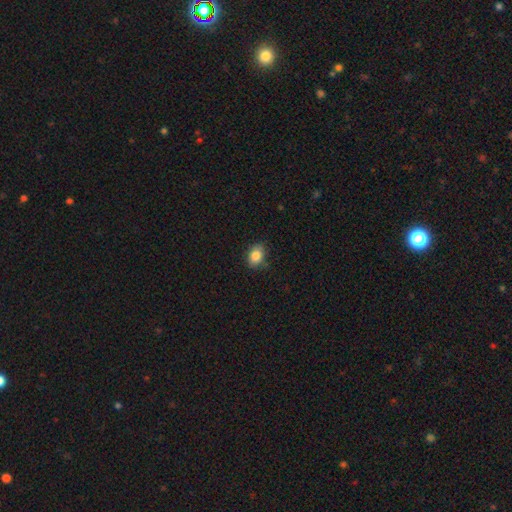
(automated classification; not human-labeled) Smooth or featured: smooth — 84% (star or artifact — 9%)
How rounded: in between — 71% (round — 27%)
Merging: none — 79% (minor disturbance — 16%)